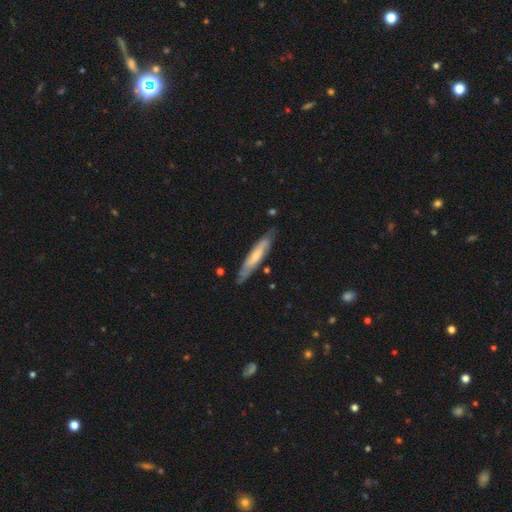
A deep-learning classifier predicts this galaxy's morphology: Q: Smooth or featured?
A: featured or disk (48%); runner-up: smooth (47%)
Q: Merging?
A: none (78%); runner-up: minor disturbance (17%)